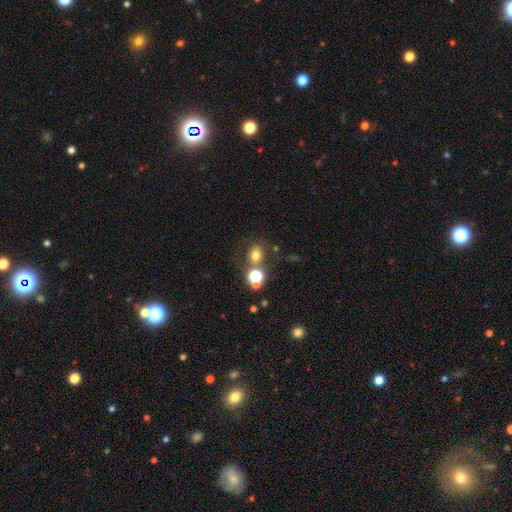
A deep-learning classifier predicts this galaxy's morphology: A smooth galaxy with no disk features (69%) that is round (63%). Merging: none (58%).